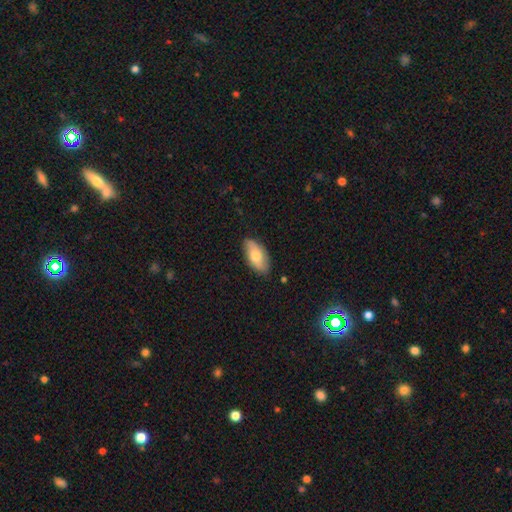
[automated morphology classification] smooth 66%, featured or disk 28%, star or artifact 6%. Down the decision tree: how rounded — in between (91%); merging — none (81%).